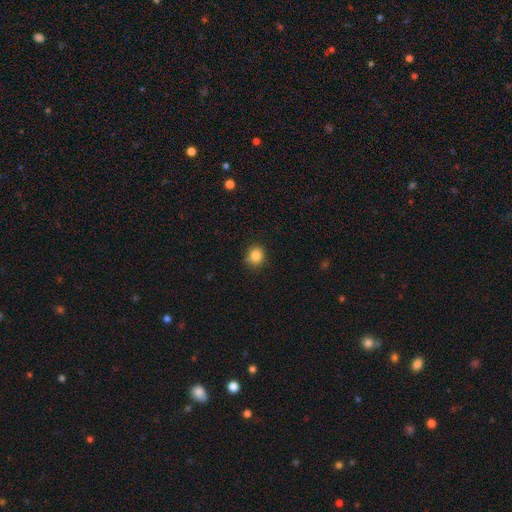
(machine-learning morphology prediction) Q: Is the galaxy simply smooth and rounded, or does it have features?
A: smooth — 86%.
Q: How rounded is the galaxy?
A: round — 79%.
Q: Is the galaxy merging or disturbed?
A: none — 82%.